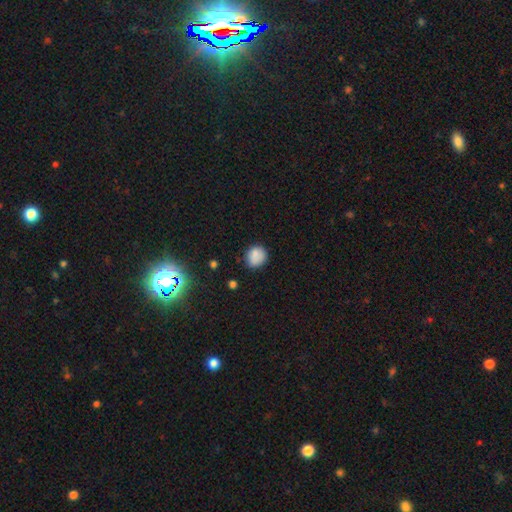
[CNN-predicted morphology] Smooth or featured? Predicted: smooth (p=0.82). How rounded? Predicted: round (p=0.76). Merging? Predicted: none (p=0.74).